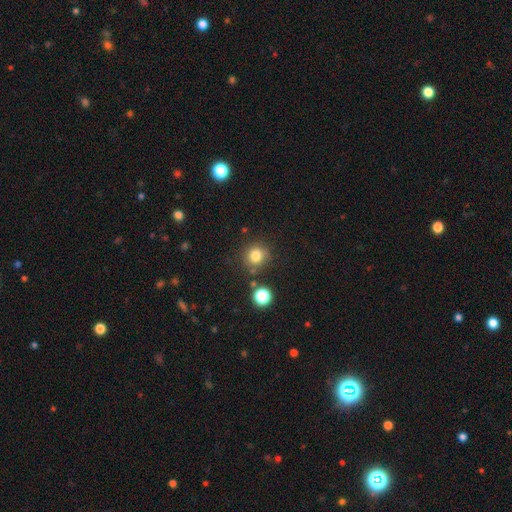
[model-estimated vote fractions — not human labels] Smooth or featured: smooth — 80% (star or artifact — 14%)
How rounded: round — 90% (in between — 9%)
Merging: none — 80% (minor disturbance — 10%)